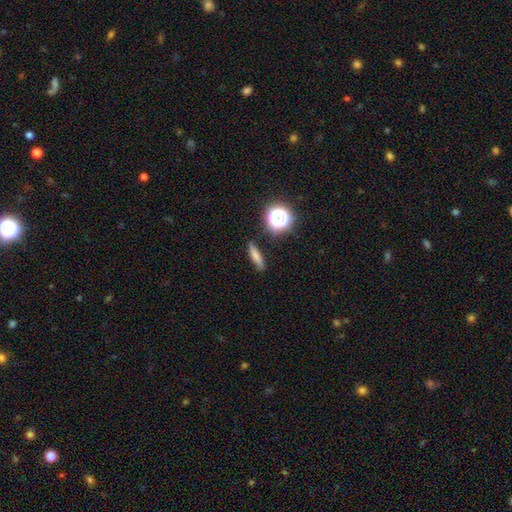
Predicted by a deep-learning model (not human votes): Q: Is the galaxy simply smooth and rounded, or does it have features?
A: smooth — 70%.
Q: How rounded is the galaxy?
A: cigar-shaped — 73%.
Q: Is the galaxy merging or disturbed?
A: none — 86%.